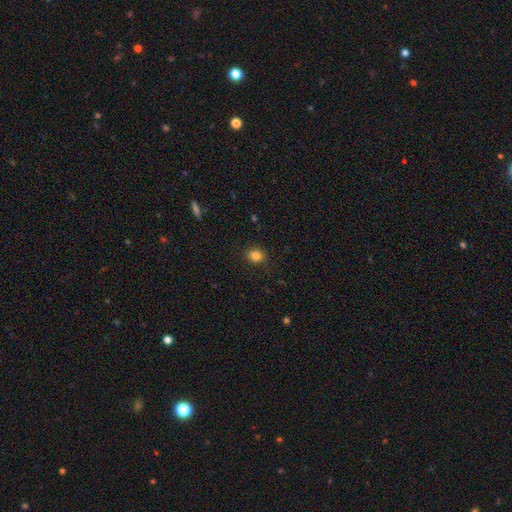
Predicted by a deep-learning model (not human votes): This is clearly a smooth galaxy (83%). How rounded: possibly round (56%). Merging: clearly none (88%).